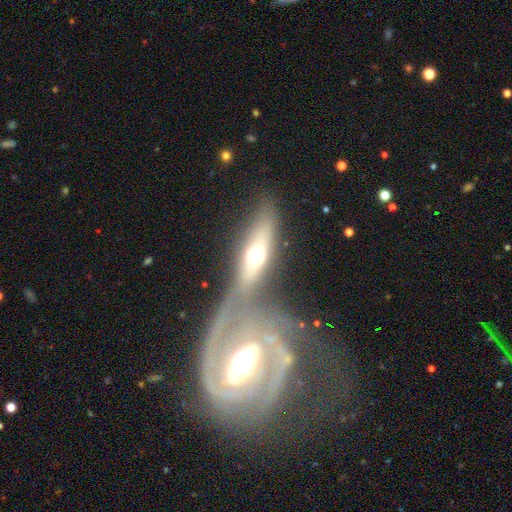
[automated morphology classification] Smooth or featured?
  - smooth: 48% *
  - featured or disk: 41%
  - star or artifact: 11%
Merging?
  - none: 46% *
  - merger: 36%
  - minor disturbance: 10%
  - major disturbance: 9%